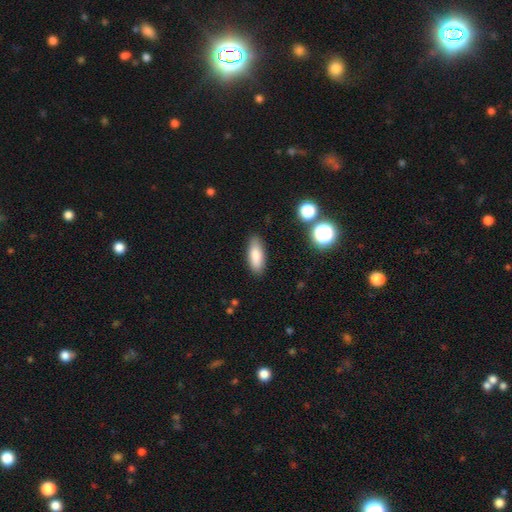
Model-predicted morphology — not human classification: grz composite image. It shows a smooth galaxy with no disk features (83%) that is in between round and cigar-shaped (73%). Merging: none (86%).